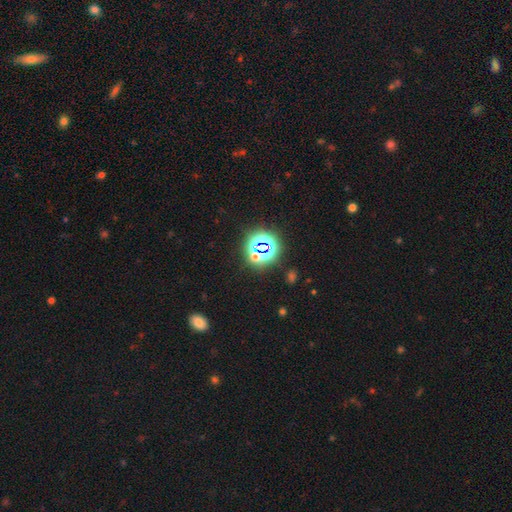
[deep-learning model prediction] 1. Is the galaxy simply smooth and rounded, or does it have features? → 72% star or artifact, 20% smooth, 9% featured or disk.